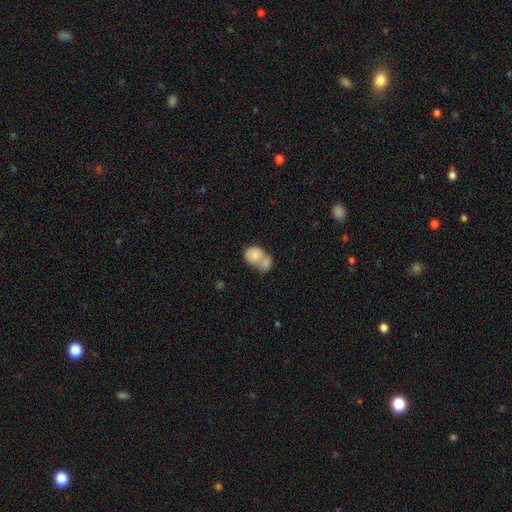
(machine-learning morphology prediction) A smooth galaxy with no disk features (78%) that is round (53%).

Vote fractions:
- Smooth or featured? smooth: 78% / featured or disk: 16% / star or artifact: 6%
- How rounded? round: 53% / in between: 46% / cigar-shaped: 1%
- Merging? merger: 71% / none: 17% / minor disturbance: 7% / major disturbance: 5%